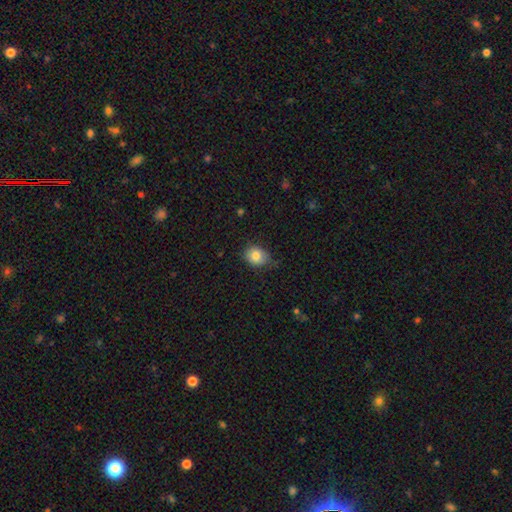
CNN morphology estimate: Smooth or featured?
  - smooth: 81% *
  - star or artifact: 9%
  - featured or disk: 9%
How rounded?
  - round: 58% *
  - in between: 41%
  - cigar-shaped: 1%
Merging?
  - none: 68% *
  - minor disturbance: 26%
  - major disturbance: 5%
  - merger: 1%